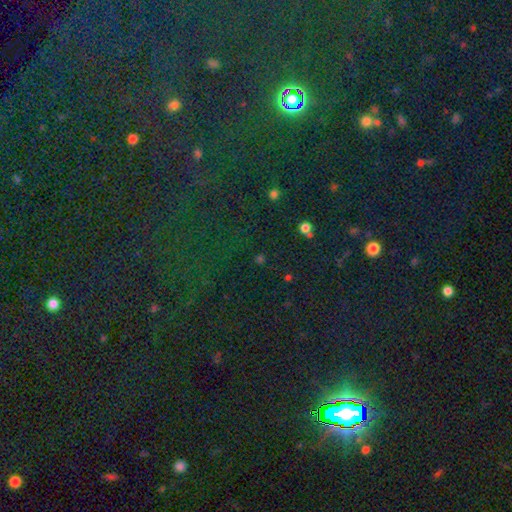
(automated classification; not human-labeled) Smooth or featured? star or artifact (80%)